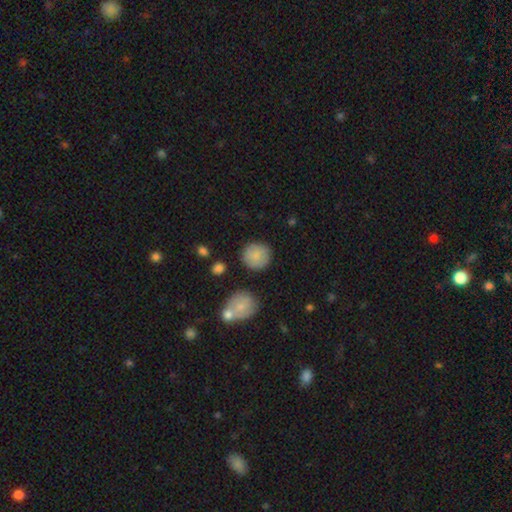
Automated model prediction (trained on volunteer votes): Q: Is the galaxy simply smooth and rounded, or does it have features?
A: smooth — 84%.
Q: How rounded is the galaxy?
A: round — 92%.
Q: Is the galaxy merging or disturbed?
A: none — 83%.